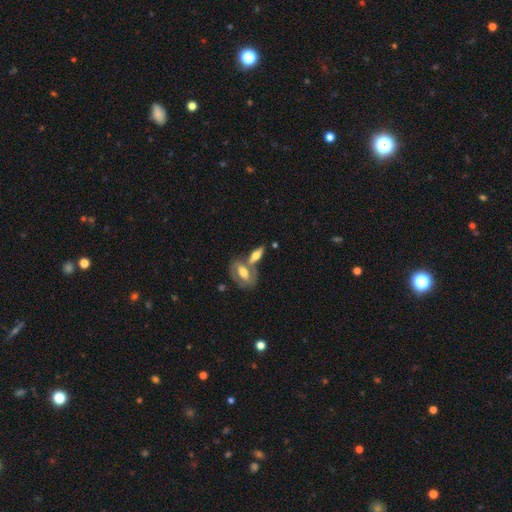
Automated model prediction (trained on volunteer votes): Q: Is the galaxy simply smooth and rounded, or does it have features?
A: featured or disk — 51%.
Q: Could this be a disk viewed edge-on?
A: yes — 67%.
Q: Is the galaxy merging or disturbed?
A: none — 47%.